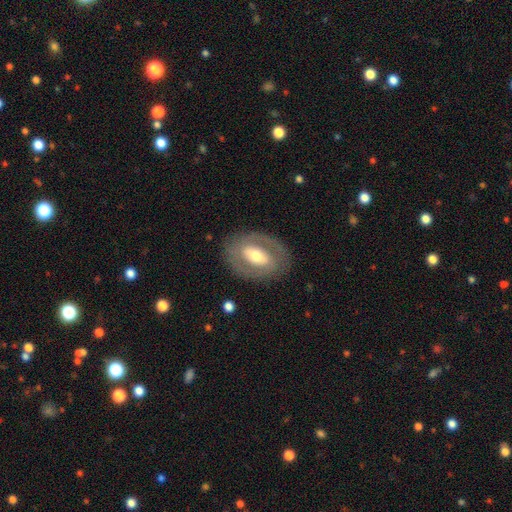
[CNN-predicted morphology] Q: Smooth or featured?
A: featured or disk (61%); runner-up: smooth (33%)
Q: Edge-on disk?
A: no (92%); runner-up: yes (8%)
Q: Bar?
A: no (38%); runner-up: weak (32%)
Q: Spiral arms?
A: no (66%); runner-up: yes (34%)
Q: Bulge size?
A: moderate (63%); runner-up: small (19%)
Q: Merging?
A: none (81%); runner-up: minor disturbance (12%)